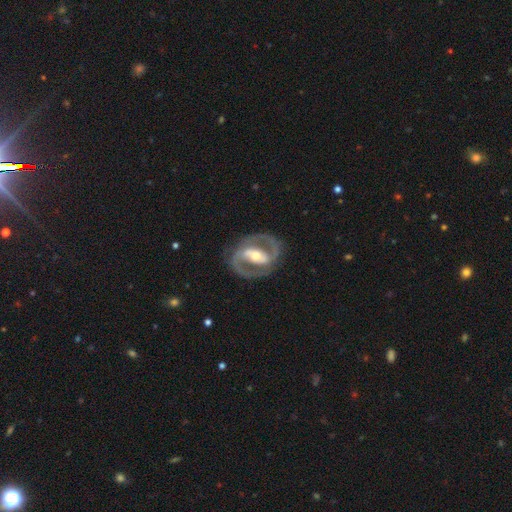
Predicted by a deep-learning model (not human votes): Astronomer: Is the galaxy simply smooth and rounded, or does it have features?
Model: featured or disk — 88%.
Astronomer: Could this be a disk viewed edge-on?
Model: no — 96%.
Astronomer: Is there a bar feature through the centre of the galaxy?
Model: strong — 56%.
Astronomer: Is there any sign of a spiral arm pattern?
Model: yes — 90%.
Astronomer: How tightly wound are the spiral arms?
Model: medium — 57%.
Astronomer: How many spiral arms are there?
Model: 2 — 92%.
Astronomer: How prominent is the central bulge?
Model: moderate — 64%.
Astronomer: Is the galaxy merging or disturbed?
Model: none — 82%.